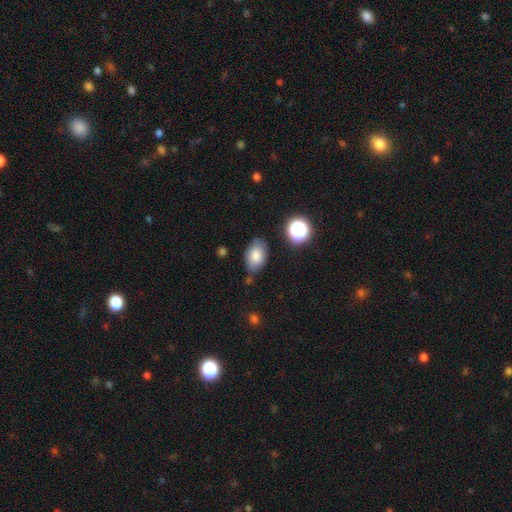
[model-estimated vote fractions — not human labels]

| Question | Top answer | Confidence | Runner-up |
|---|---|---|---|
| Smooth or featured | smooth | 81% | featured or disk (10%) |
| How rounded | in between | 89% | round (9%) |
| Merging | none | 75% | minor disturbance (18%) |